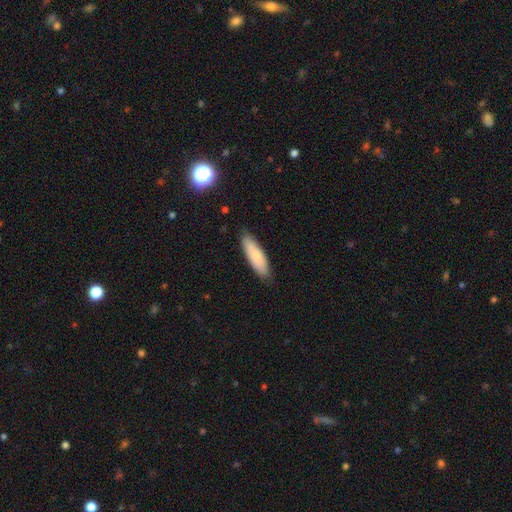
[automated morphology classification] Smooth or featured? Predicted: smooth (p=0.76). How rounded? Predicted: cigar-shaped (p=0.51). Merging? Predicted: none (p=0.84).